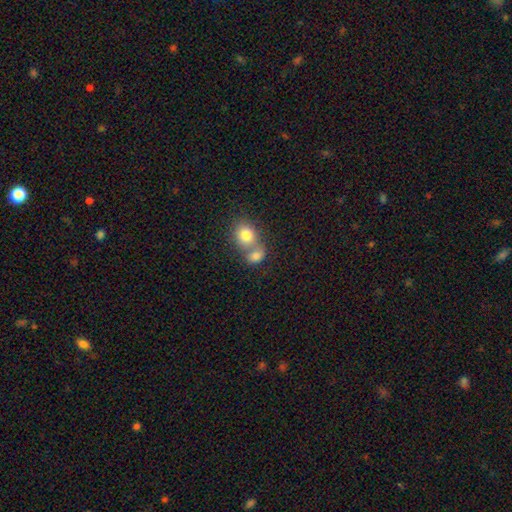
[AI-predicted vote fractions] smooth_or_featured: smooth (p=0.80) [alt: featured or disk p=0.10]
how_rounded: round (p=0.52) [alt: in between p=0.47]
merging: merger (p=0.62) [alt: none p=0.27]